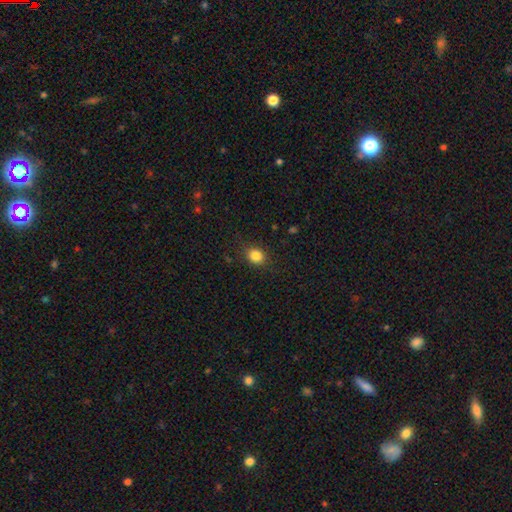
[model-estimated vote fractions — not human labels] Smooth or featured: smooth — 84% (star or artifact — 11%)
How rounded: round — 63% (in between — 36%)
Merging: none — 85% (minor disturbance — 11%)